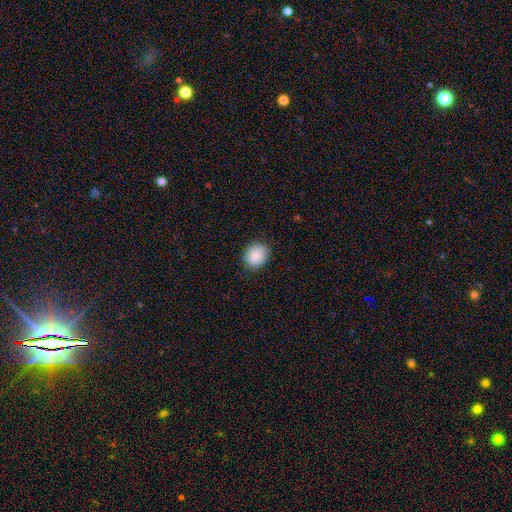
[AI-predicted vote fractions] This is clearly a smooth galaxy (86%). How rounded: likely round (67%). Merging: clearly none (86%).